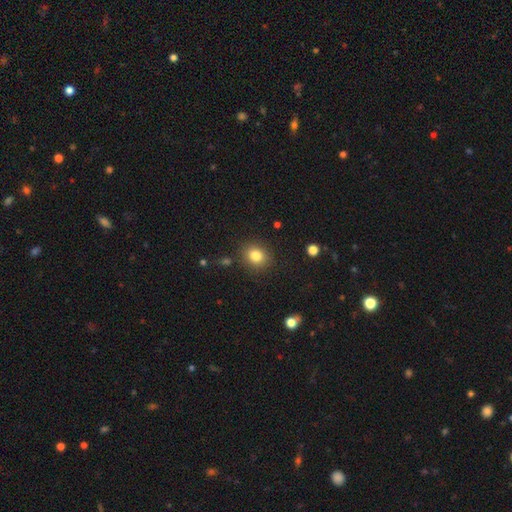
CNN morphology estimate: Smooth or featured: smooth — 82% (star or artifact — 11%)
How rounded: round — 71% (in between — 28%)
Merging: none — 87% (minor disturbance — 8%)